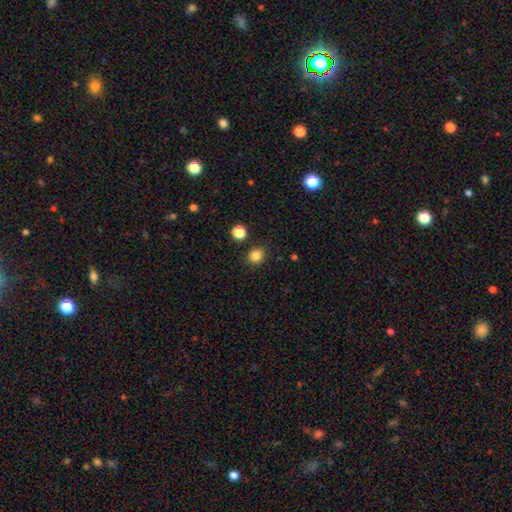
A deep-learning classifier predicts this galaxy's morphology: type=smooth (84%); roundness=round (78%); merging=none (87%).